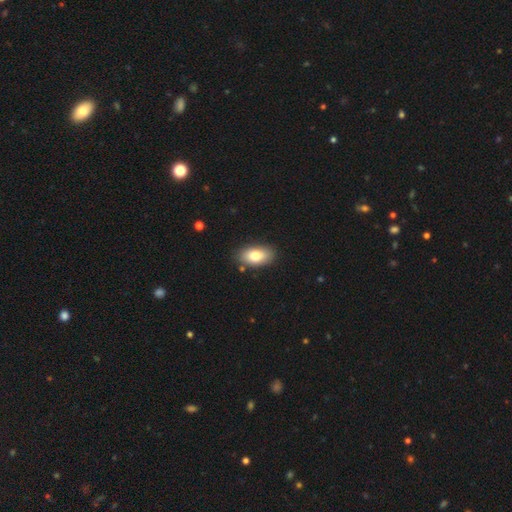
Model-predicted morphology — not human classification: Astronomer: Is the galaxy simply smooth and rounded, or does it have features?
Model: smooth — 79%.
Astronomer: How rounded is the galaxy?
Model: in between — 92%.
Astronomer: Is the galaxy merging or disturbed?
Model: none — 85%.